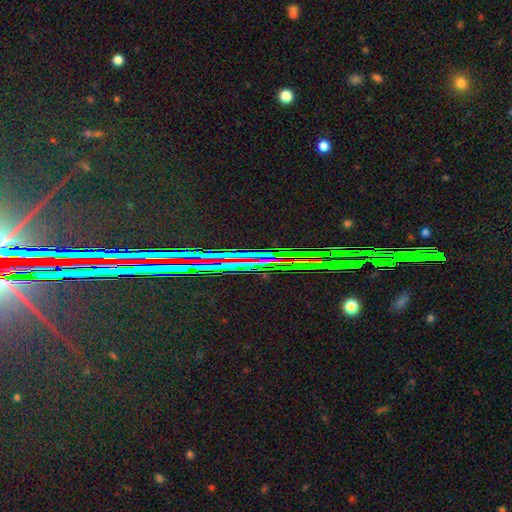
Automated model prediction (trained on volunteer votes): star or artifact 83%, featured or disk 10%, smooth 7%.